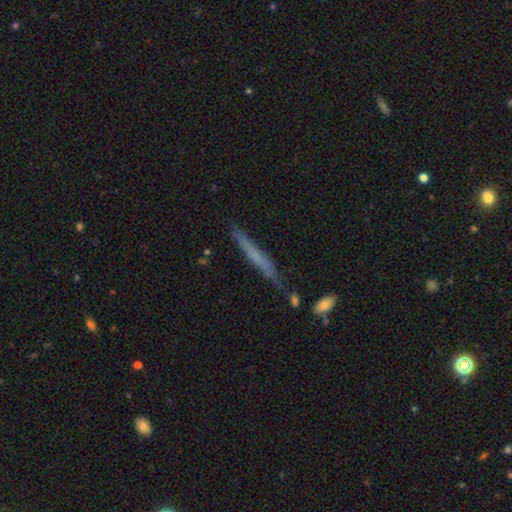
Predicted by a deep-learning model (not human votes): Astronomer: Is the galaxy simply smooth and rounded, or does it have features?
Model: smooth — 48% (runner-up: featured or disk, 45%).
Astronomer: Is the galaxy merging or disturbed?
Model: none — 76%.